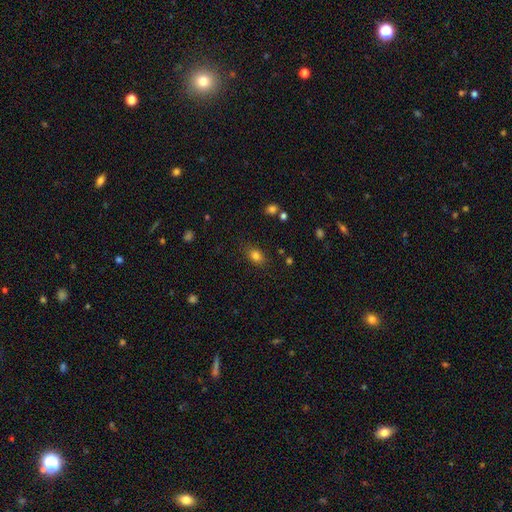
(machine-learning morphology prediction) Q: Smooth or featured?
A: smooth (81%); runner-up: star or artifact (12%)
Q: How rounded?
A: in between (70%); runner-up: round (28%)
Q: Merging?
A: none (81%); runner-up: minor disturbance (13%)